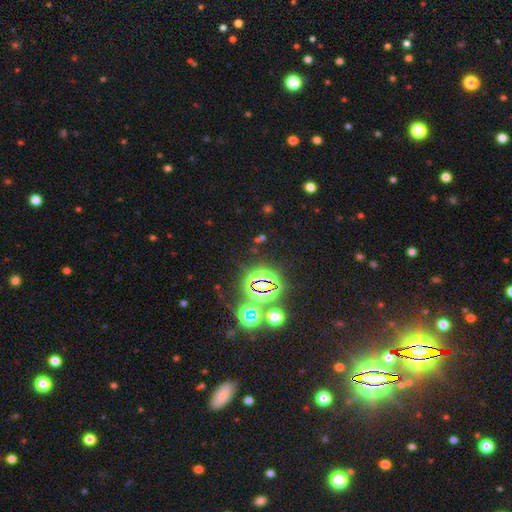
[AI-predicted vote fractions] Smooth or featured: star or artifact — 80% (smooth — 11%)